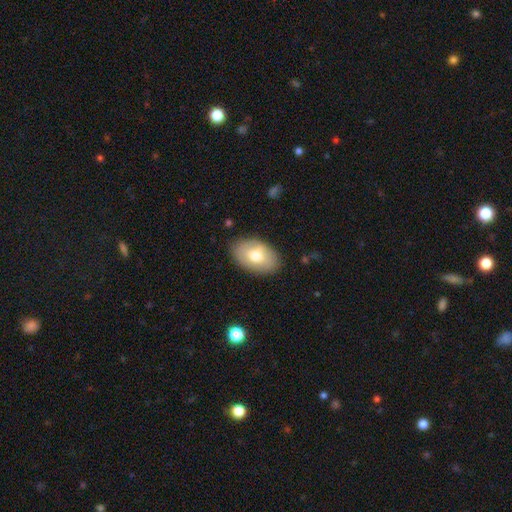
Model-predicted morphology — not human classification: smooth_or_featured: smooth (p=0.70) [alt: featured or disk p=0.24]
how_rounded: in between (p=0.91) [alt: round p=0.08]
merging: none (p=0.83) [alt: minor disturbance p=0.12]